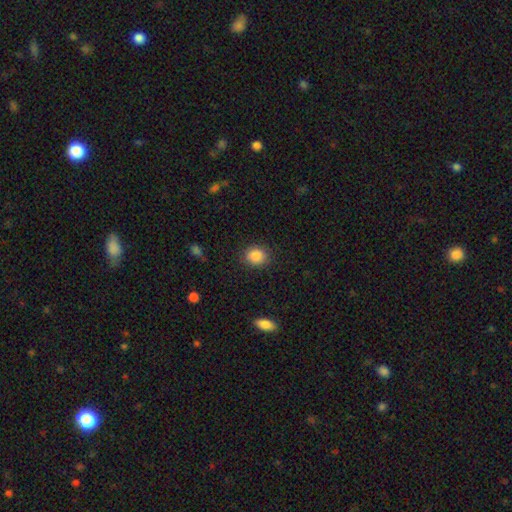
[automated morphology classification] This is clearly a smooth galaxy (86%). How rounded: likely round (67%). Merging: clearly none (87%).